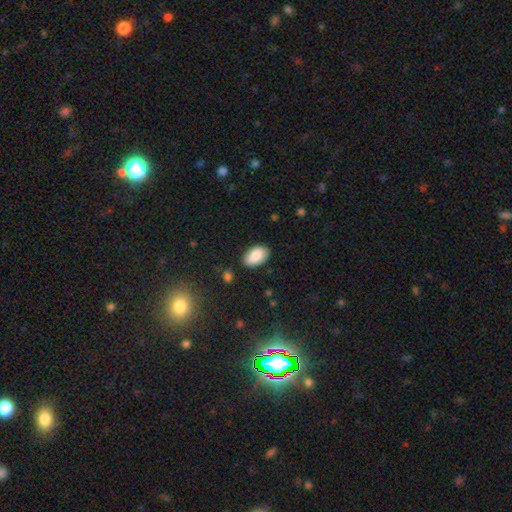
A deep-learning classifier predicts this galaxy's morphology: This is clearly a smooth galaxy (87%). How rounded: clearly in between (94%). Merging: clearly none (83%).